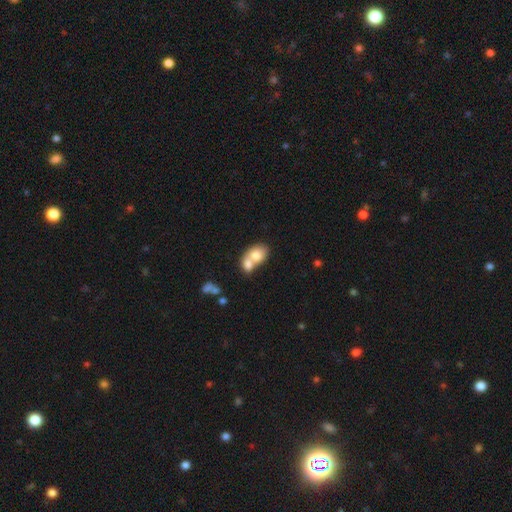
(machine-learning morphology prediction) Smooth or featured? smooth (73%)
How rounded? in between (62%)
Merging? merger (72%)